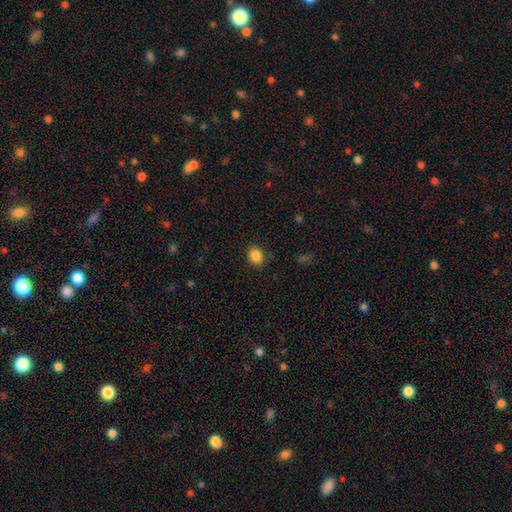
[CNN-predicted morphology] Overall: smooth (86%). How rounded: in between (54%; round 45%). Merging: none (87%).